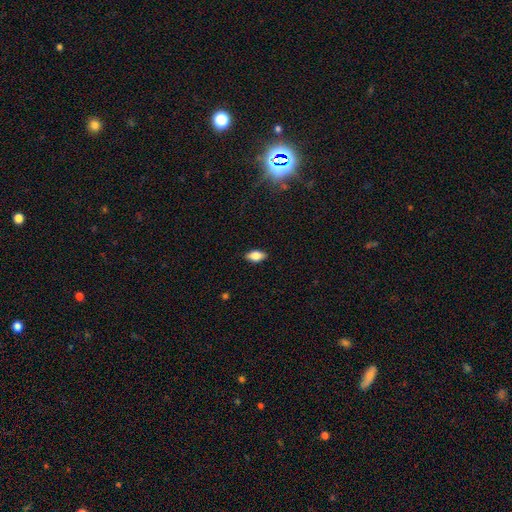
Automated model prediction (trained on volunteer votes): This is likely a smooth galaxy (78%). How rounded: clearly in between (89%). Merging: clearly none (88%).